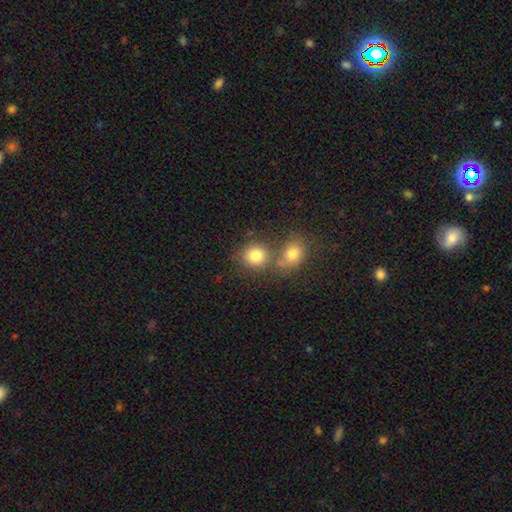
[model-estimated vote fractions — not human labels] Smooth or featured? Predicted: smooth (p=0.82). How rounded? Predicted: round (p=0.81). Merging? Predicted: none (p=0.51).